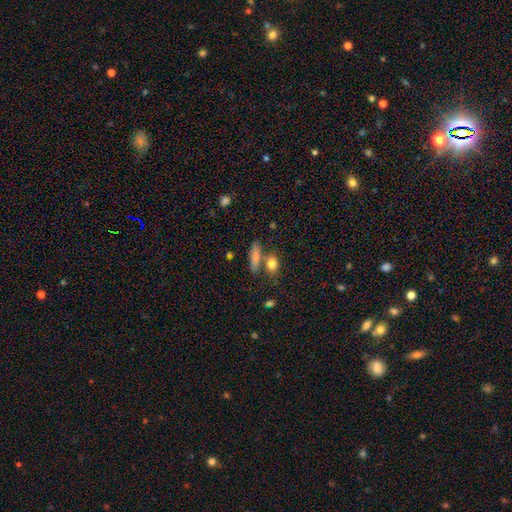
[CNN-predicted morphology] Overall: smooth (77%). How rounded: cigar-shaped (48%; in between 42%). Merging: none (62%; merger 22%).